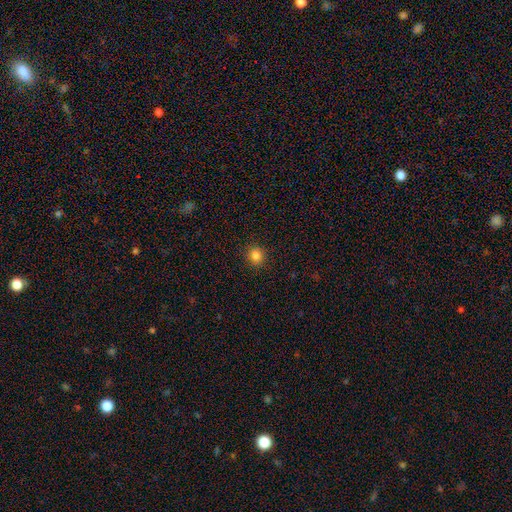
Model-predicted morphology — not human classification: type=smooth (84%); roundness=round (89%); merging=none (91%).